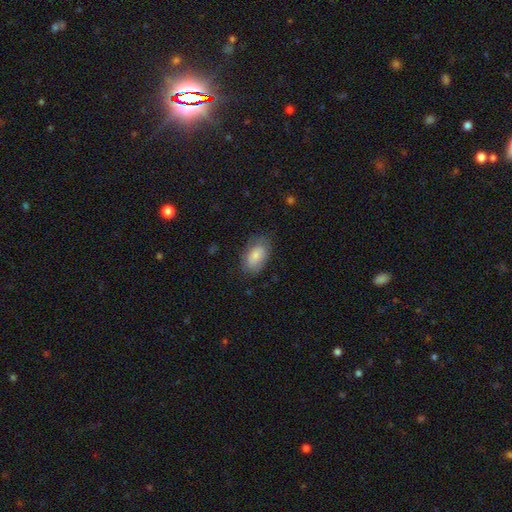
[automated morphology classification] This is clearly a smooth galaxy (81%). How rounded: clearly in between (93%). Merging: likely none (73%).